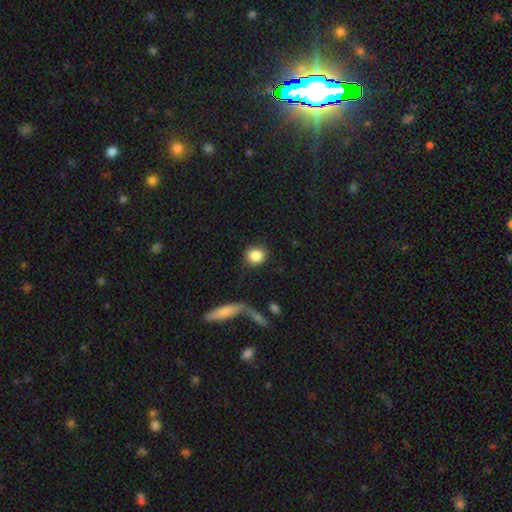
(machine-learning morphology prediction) Overall: smooth (86%). How rounded: round (84%). Merging: none (85%).